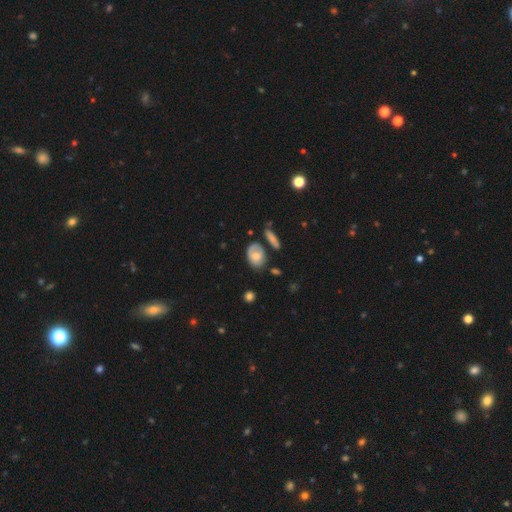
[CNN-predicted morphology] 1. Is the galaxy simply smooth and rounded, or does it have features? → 62% smooth, 30% featured or disk, 8% star or artifact.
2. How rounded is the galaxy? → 76% in between, 22% round, 2% cigar-shaped.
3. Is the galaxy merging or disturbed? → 52% none, 28% minor disturbance, 12% major disturbance, 8% merger.